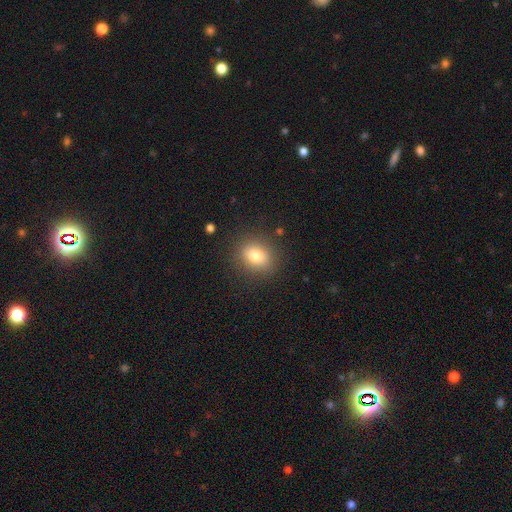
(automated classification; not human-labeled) smooth_or_featured: smooth (p=0.78) [alt: star or artifact p=0.11]
how_rounded: round (p=0.56) [alt: in between p=0.43]
merging: none (p=0.87) [alt: minor disturbance p=0.09]